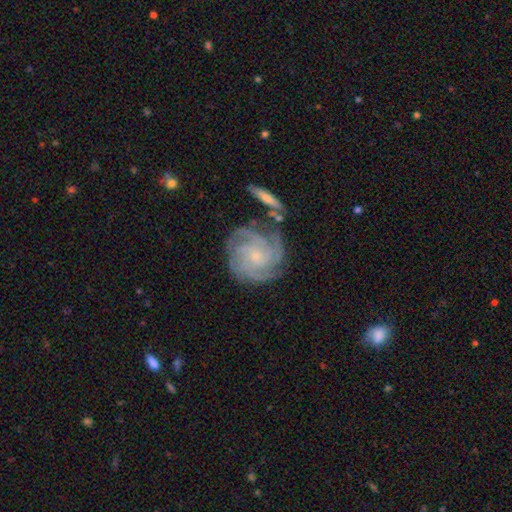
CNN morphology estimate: A featured or disk galaxy (87%) with no bar (74%), 4 (45%) tight (70%) spiral arms (98%) and a small central bulge (79%).

Vote fractions:
- Smooth or featured? featured or disk: 87% / smooth: 7% / star or artifact: 6%
- Edge-on disk? no: 97% / yes: 3%
- Bar? no: 74% / weak: 21% / strong: 5%
- Spiral arms? yes: 98% / no: 2%
- Spiral winding? tight: 70% / medium: 26% / loose: 4%
- Spiral arm count? 4: 45% / 3: 19% / can't tell: 13% / more than 4: 12% / 2: 6% / 1: 5%
- Bulge size? small: 79% / moderate: 15% / none: 4% / large: 1% / dominant: 1%
- Merging? none: 69% / minor disturbance: 18% / major disturbance: 7% / merger: 6%